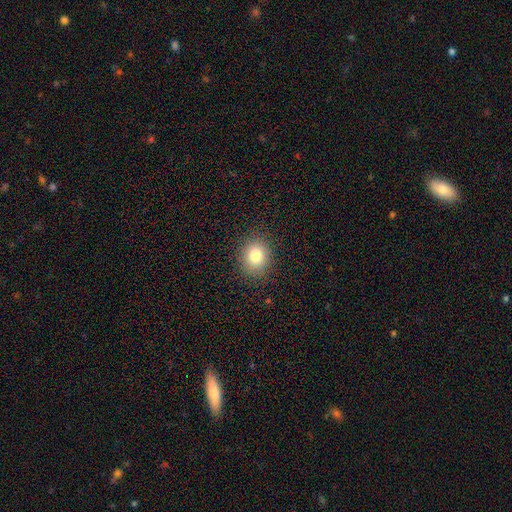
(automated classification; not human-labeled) Overall: smooth (81%). How rounded: round (69%; in between 30%). Merging: none (88%).